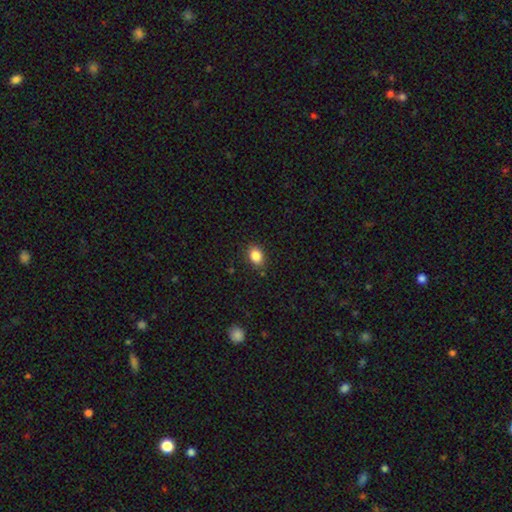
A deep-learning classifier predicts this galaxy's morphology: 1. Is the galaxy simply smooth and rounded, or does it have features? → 86% smooth, 9% star or artifact, 5% featured or disk.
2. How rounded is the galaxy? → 70% in between, 29% round, 1% cigar-shaped.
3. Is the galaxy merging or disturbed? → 86% none, 10% minor disturbance, 3% major disturbance, 2% merger.